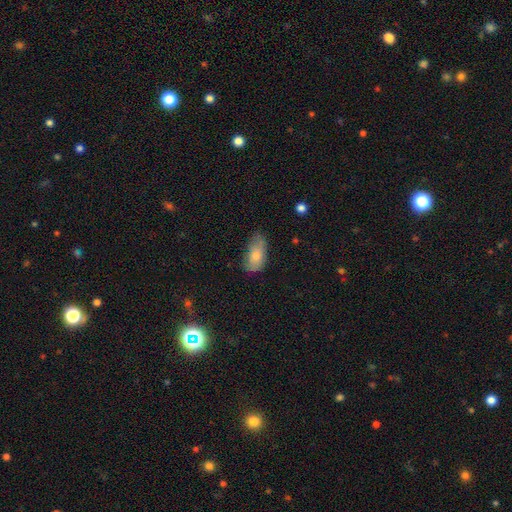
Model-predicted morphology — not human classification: type=smooth (72%); roundness=in between (88%); merging=none (54%).